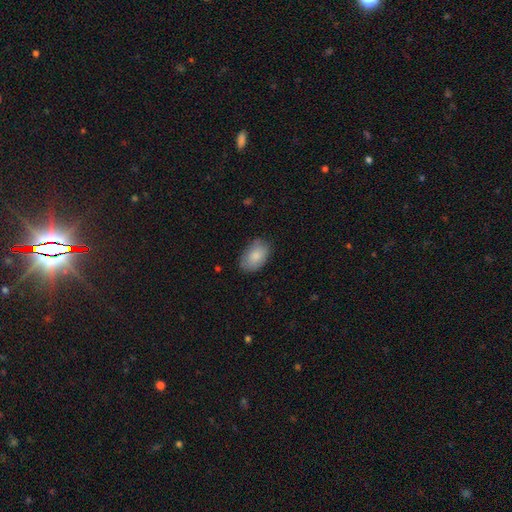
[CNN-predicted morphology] A smooth galaxy with no disk features (85%) that is in between round and cigar-shaped (91%).

Vote fractions:
- Smooth or featured? smooth: 85% / featured or disk: 9% / star or artifact: 6%
- How rounded? in between: 91% / round: 7% / cigar-shaped: 1%
- Merging? none: 80% / minor disturbance: 16% / major disturbance: 3% / merger: 1%